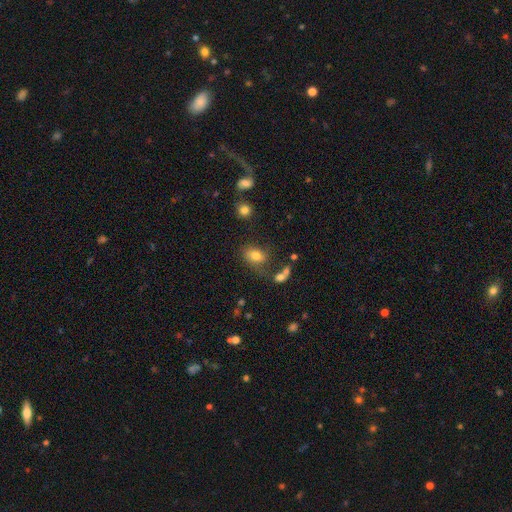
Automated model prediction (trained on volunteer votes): Q: Smooth or featured?
A: smooth (78%); runner-up: star or artifact (11%)
Q: How rounded?
A: in between (75%); runner-up: round (23%)
Q: Merging?
A: none (60%); runner-up: minor disturbance (19%)